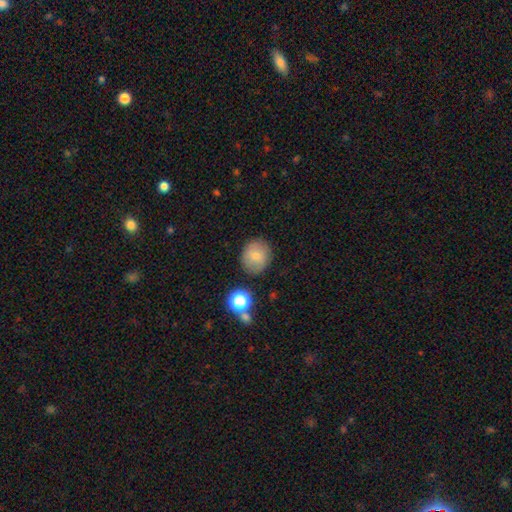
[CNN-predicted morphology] This appears to be a smooth galaxy with no disk features (74%) that is round (79%). Merging: none (83%).